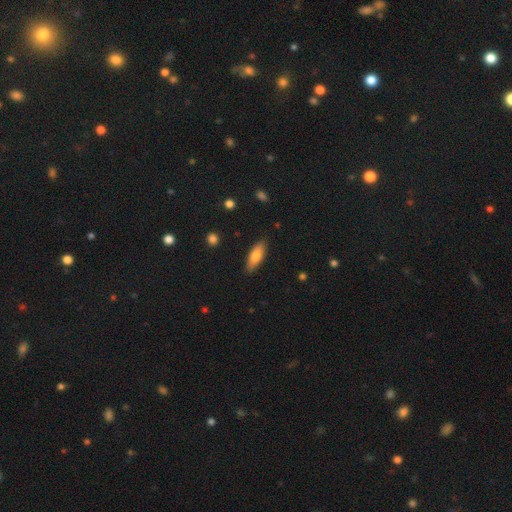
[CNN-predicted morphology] Q: Smooth or featured?
A: smooth (75%); runner-up: featured or disk (19%)
Q: How rounded?
A: in between (61%); runner-up: cigar-shaped (37%)
Q: Merging?
A: none (86%); runner-up: minor disturbance (11%)